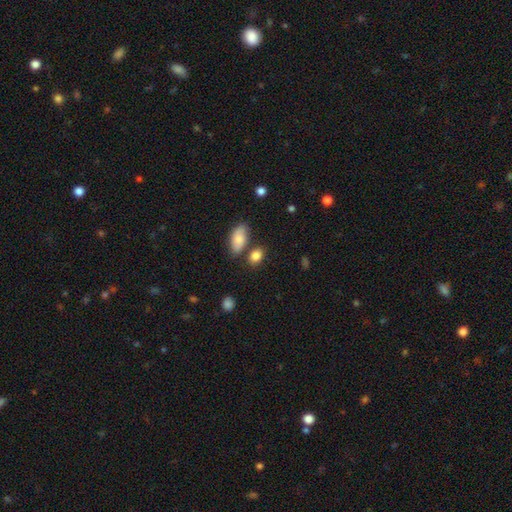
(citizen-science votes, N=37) Volunteers were most divided on "merging": none: 66%, merger: 23%, minor disturbance: 11%, major disturbance: 0%. More confident: smooth or featured — smooth (86%); how rounded — in between (75%).